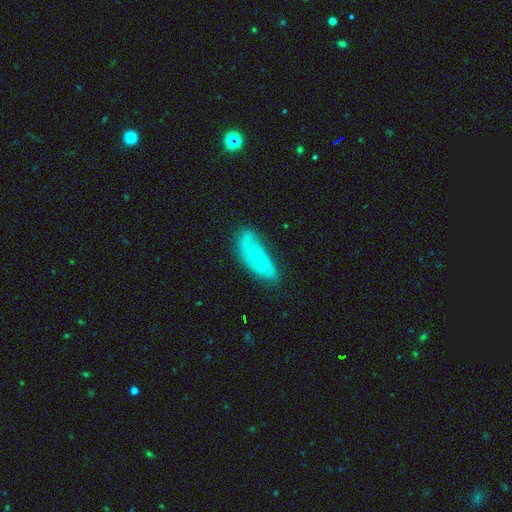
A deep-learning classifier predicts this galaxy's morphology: Q: Smooth or featured?
A: featured or disk (68%); runner-up: smooth (24%)
Q: Edge-on disk?
A: no (89%); runner-up: yes (11%)
Q: Bar?
A: no (70%); runner-up: weak (24%)
Q: Spiral arms?
A: yes (84%); runner-up: no (16%)
Q: Spiral winding?
A: medium (41%); runner-up: tight (35%)
Q: Spiral arm count?
A: 2 (60%); runner-up: can't tell (25%)
Q: Bulge size?
A: small (79%); runner-up: moderate (17%)
Q: Merging?
A: none (70%); runner-up: minor disturbance (23%)